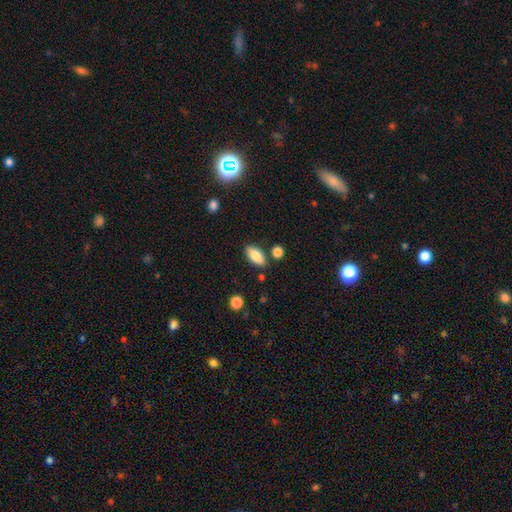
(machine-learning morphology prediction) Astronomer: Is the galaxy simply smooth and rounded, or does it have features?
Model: smooth — 82%.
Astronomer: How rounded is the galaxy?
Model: in between — 86%.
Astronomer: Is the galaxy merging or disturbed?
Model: none — 82%.